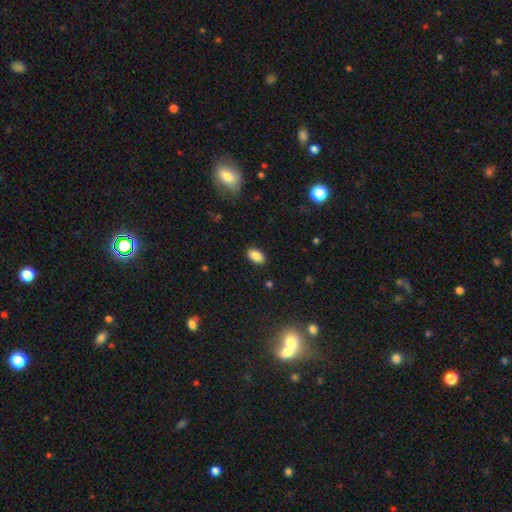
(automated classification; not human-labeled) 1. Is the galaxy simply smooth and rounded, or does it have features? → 87% smooth, 9% star or artifact, 5% featured or disk.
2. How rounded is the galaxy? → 91% in between, 8% round, 2% cigar-shaped.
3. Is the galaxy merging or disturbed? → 87% none, 9% minor disturbance, 2% major disturbance, 1% merger.